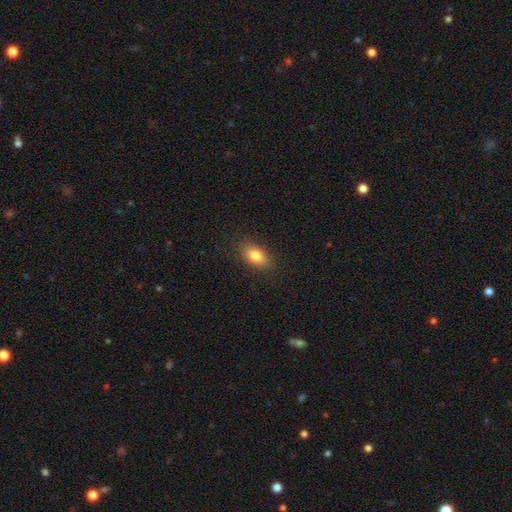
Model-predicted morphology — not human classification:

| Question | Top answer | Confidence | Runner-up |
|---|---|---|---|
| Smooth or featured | smooth | 83% | featured or disk (8%) |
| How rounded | in between | 88% | round (8%) |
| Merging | none | 86% | minor disturbance (10%) |